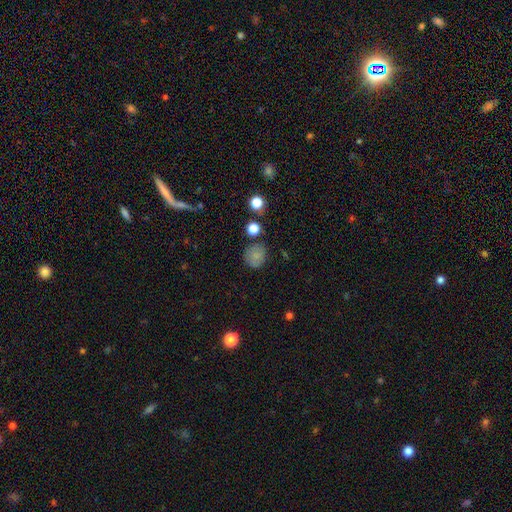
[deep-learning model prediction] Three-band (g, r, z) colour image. It shows a smooth galaxy with no disk features (79%) that is round (83%). Merging: none (77%).